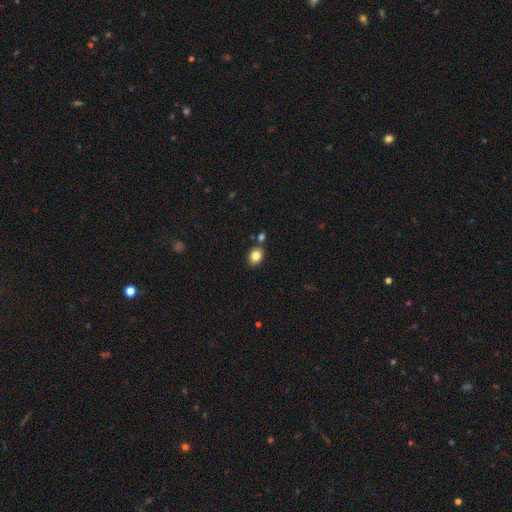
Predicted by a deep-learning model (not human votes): smooth_or_featured: smooth (p=0.83) [alt: star or artifact p=0.10]
how_rounded: in between (p=0.55) [alt: round p=0.44]
merging: none (p=0.77) [alt: minor disturbance p=0.10]